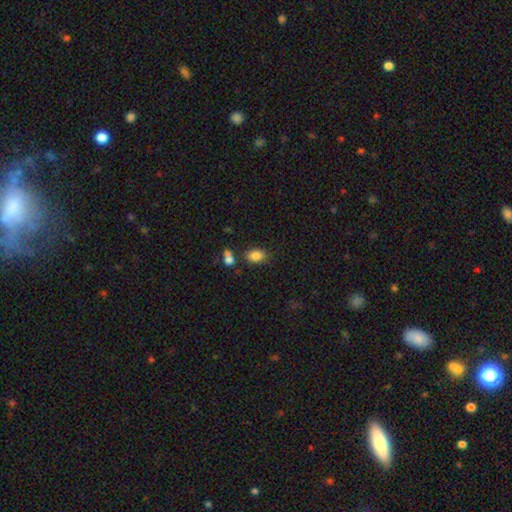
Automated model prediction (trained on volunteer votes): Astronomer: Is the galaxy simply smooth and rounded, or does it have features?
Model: smooth — 85%.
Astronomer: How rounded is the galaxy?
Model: in between — 82%.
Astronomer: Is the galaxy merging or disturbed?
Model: none — 71%.